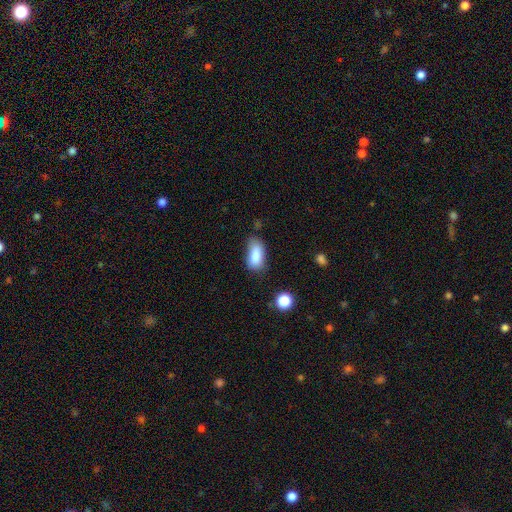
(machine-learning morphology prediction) Q: Smooth or featured?
A: smooth (85%); runner-up: star or artifact (8%)
Q: How rounded?
A: in between (90%); runner-up: cigar-shaped (6%)
Q: Merging?
A: none (59%); runner-up: minor disturbance (30%)